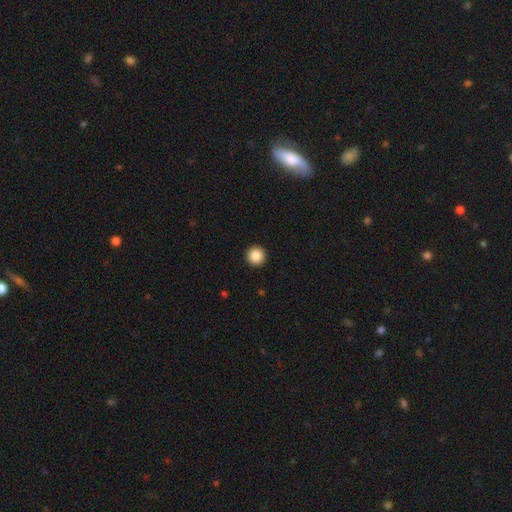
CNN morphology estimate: The model was most divided on "smooth or featured": smooth: 86%, star or artifact: 9%, featured or disk: 4%. More confident: how rounded — round (96%); merging — none (94%).